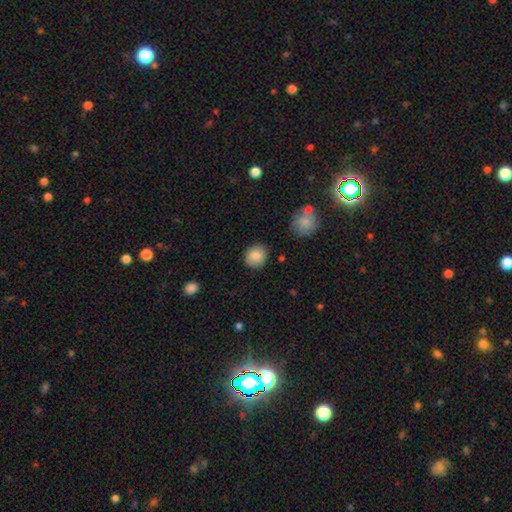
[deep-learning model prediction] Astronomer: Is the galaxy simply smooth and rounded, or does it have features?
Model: smooth — 86%.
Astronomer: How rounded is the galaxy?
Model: round — 79%.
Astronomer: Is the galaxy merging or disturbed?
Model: none — 87%.